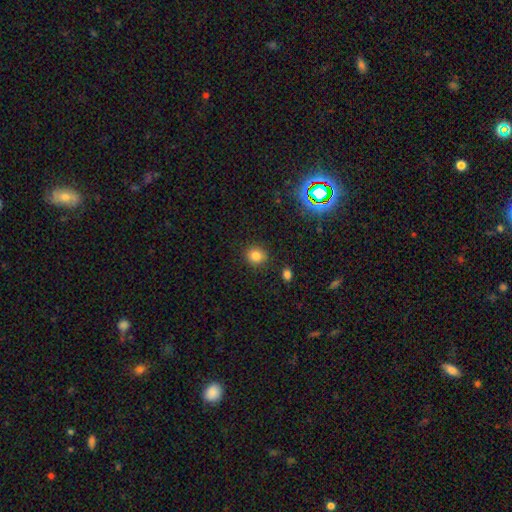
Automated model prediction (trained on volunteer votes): A smooth galaxy with no disk features (82%) that is round (81%). Merging: none (88%).